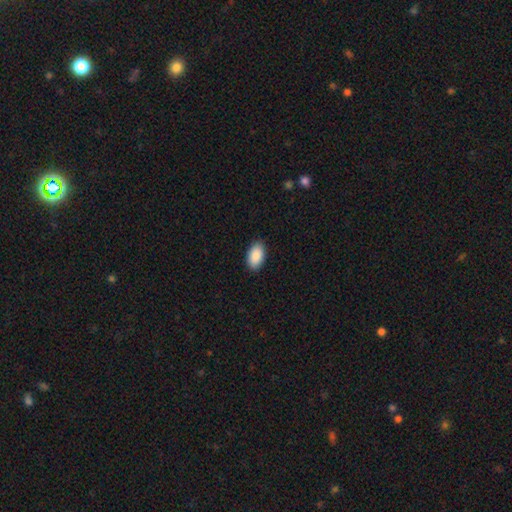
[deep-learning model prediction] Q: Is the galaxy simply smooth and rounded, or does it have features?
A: smooth — 91%.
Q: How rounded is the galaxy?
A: in between — 95%.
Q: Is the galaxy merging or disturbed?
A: none — 89%.